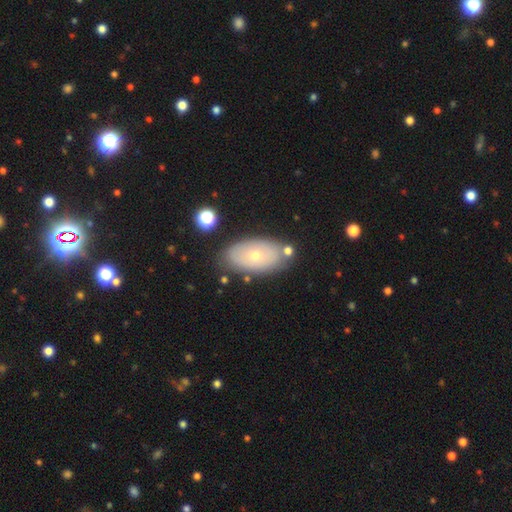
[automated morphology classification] Smooth or featured? Predicted: smooth (p=0.55). How rounded? Predicted: in between (p=0.91). Merging? Predicted: none (p=0.76).